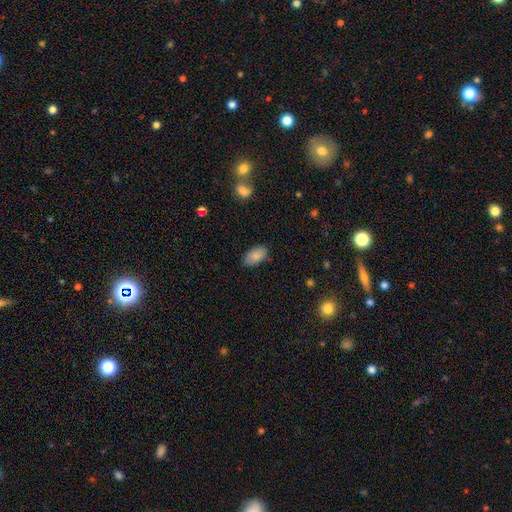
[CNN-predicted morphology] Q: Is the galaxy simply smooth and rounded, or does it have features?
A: smooth — 86%.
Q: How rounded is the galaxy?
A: in between — 94%.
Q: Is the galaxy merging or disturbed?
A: none — 80%.